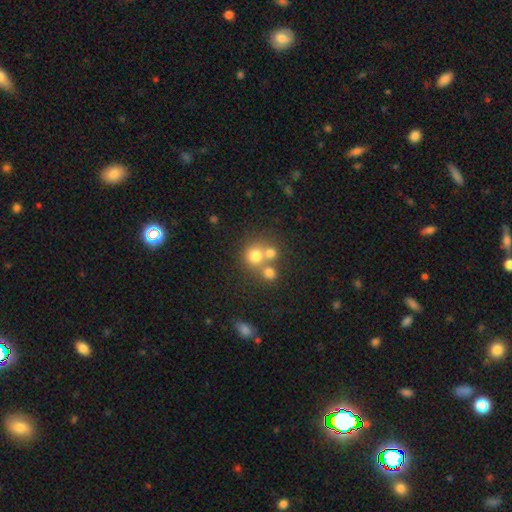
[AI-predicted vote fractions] The model was most divided on "merging": none: 48%, merger: 40%, minor disturbance: 7%, major disturbance: 4%. More confident: how rounded — round (87%); smooth or featured — smooth (70%).